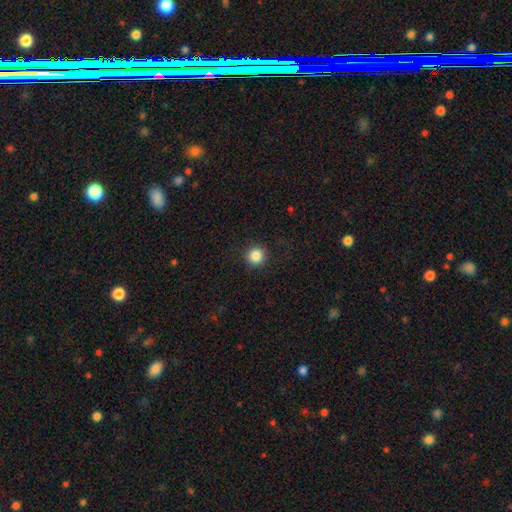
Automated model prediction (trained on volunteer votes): This is clearly a smooth galaxy (85%). How rounded: clearly round (94%). Merging: clearly none (91%).